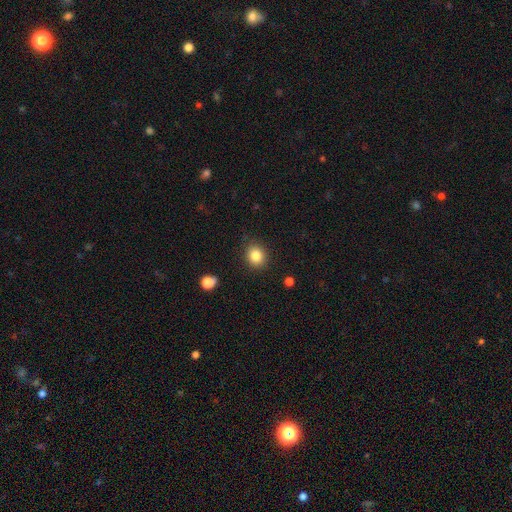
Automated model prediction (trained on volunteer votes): This is clearly a smooth galaxy (84%). How rounded: likely round (76%). Merging: clearly none (88%).